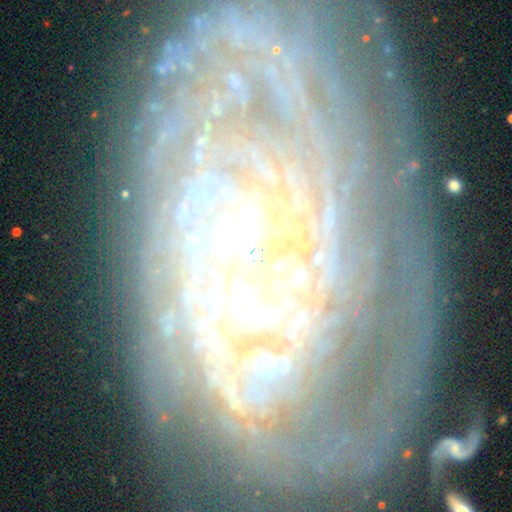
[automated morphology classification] Smooth or featured: featured or disk — 84% (star or artifact — 8%)
Edge-on disk: no — 94% (yes — 6%)
Bar: no — 61% (weak — 27%)
Spiral arms: yes — 93% (no — 7%)
Spiral winding: tight — 74% (medium — 20%)
Spiral arm count: can't tell — 37% (more than 4 — 17%)
Bulge size: small — 56% (moderate — 33%)
Merging: none — 69% (minor disturbance — 18%)